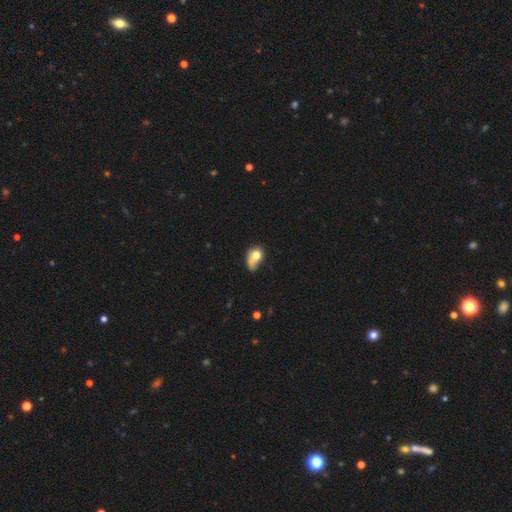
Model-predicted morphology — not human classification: type=smooth (71%); roundness=in between (55%); merging=merger (32%).